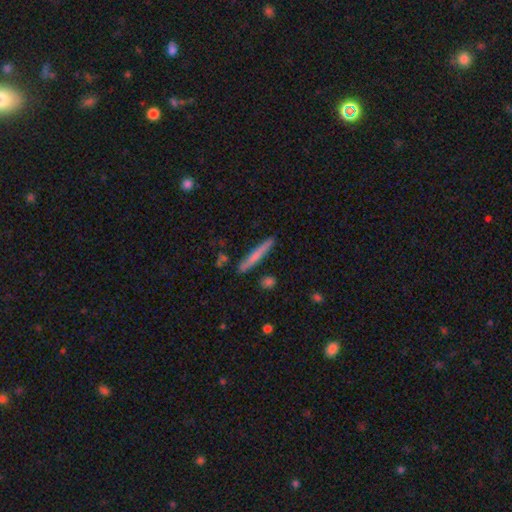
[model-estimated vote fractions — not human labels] The model was most divided on "smooth or featured": smooth: 64%, featured or disk: 30%, star or artifact: 6%. More confident: how rounded — cigar-shaped (95%); merging — none (84%).